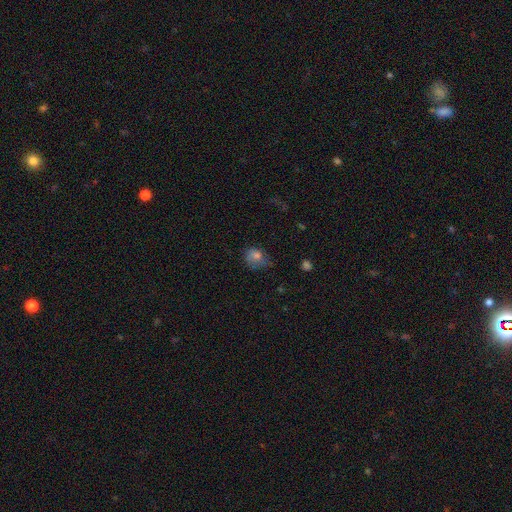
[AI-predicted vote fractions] Smooth or featured? Predicted: smooth (p=0.72). How rounded? Predicted: round (p=0.53). Merging? Predicted: none (p=0.41).